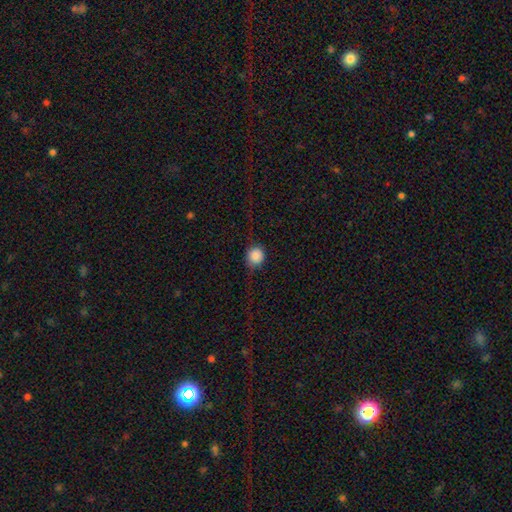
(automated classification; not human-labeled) Smooth or featured?
  - smooth: 85% *
  - star or artifact: 9%
  - featured or disk: 6%
How rounded?
  - round: 91% *
  - in between: 8%
  - cigar-shaped: 1%
Merging?
  - none: 74% *
  - minor disturbance: 18%
  - major disturbance: 7%
  - merger: 1%